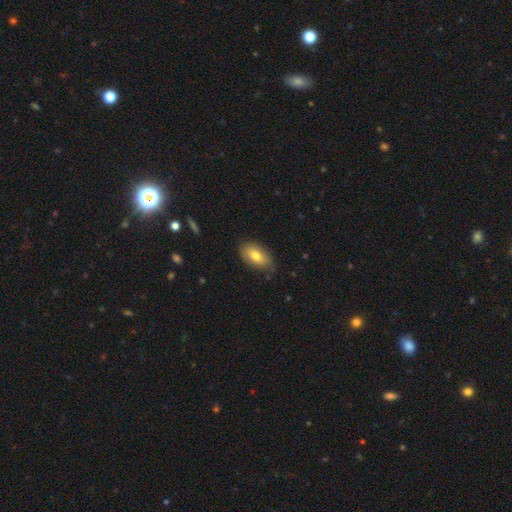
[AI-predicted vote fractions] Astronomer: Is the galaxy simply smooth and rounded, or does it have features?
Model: smooth — 75%.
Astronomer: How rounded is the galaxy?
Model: in between — 92%.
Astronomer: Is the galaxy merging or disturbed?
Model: none — 73%.